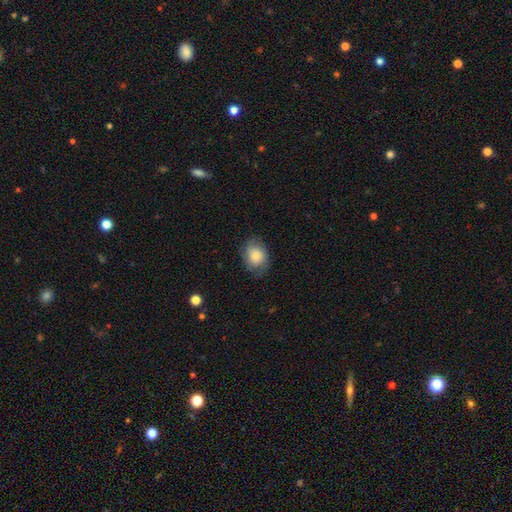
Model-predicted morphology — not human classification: smooth-or-featured: smooth: 75% | featured or disk: 17% | star or artifact: 7%
  how-rounded: in between: 55% | round: 44% | cigar-shaped: 1%
  merging: none: 70% | minor disturbance: 21% | major disturbance: 8% | merger: 1%